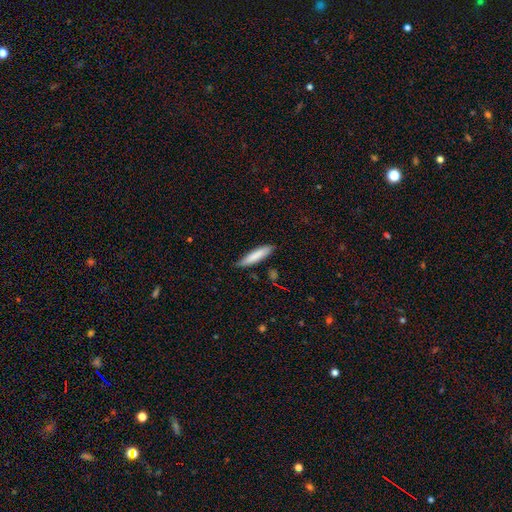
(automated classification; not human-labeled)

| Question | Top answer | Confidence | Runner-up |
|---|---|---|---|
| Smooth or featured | smooth | 81% | featured or disk (13%) |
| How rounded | cigar-shaped | 82% | in between (17%) |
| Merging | none | 81% | minor disturbance (15%) |